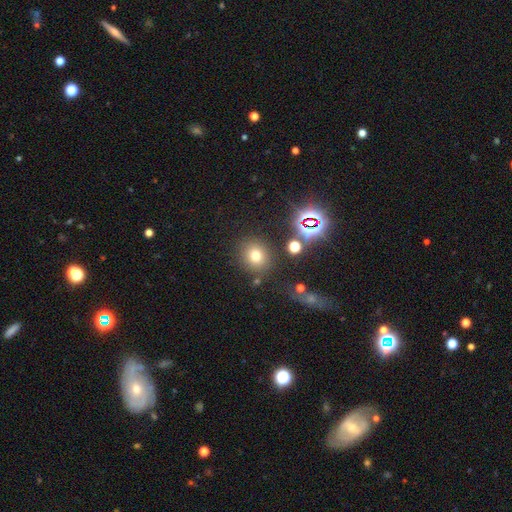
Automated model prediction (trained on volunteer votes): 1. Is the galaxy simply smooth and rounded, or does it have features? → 69% smooth, 21% star or artifact, 10% featured or disk.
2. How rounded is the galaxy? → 84% round, 15% in between, 1% cigar-shaped.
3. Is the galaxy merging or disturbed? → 82% none, 9% minor disturbance, 5% merger, 4% major disturbance.